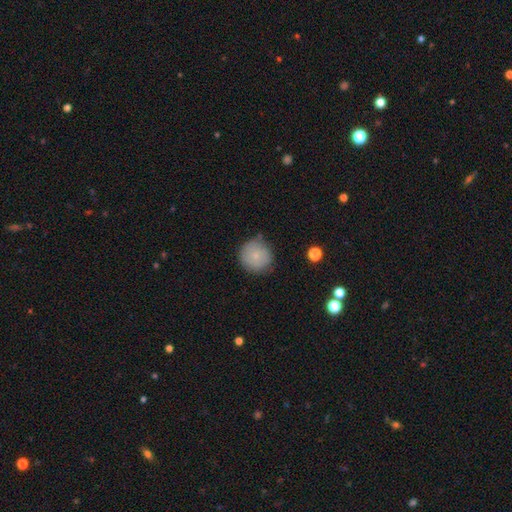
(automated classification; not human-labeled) Morphology: type=smooth (80%); roundness=round (94%); merging=none (70%).